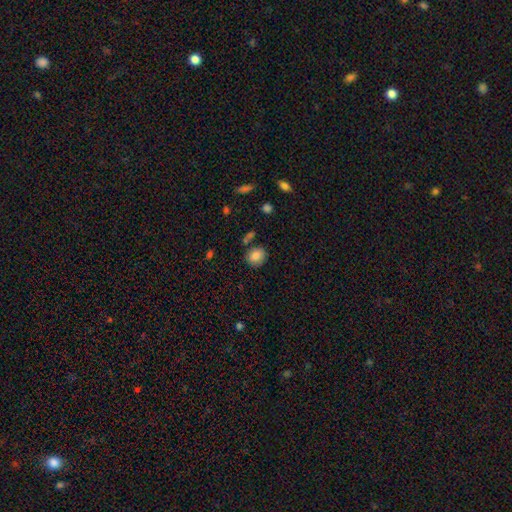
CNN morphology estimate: smooth_or_featured: smooth (p=0.82) [alt: featured or disk p=0.09]
how_rounded: round (p=0.67) [alt: in between p=0.32]
merging: none (p=0.76) [alt: minor disturbance p=0.14]